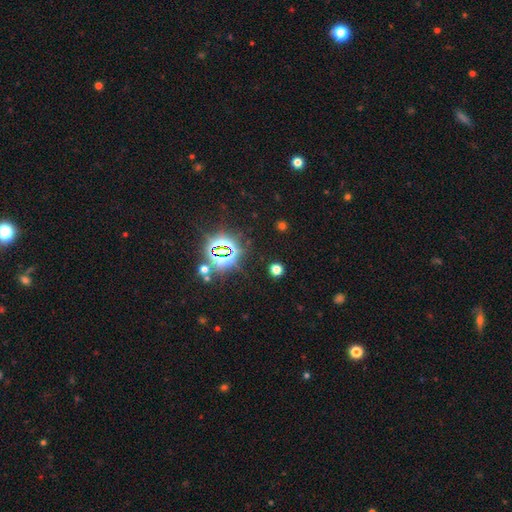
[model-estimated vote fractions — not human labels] This appears to be a star or artifact, not a galaxy (80%).